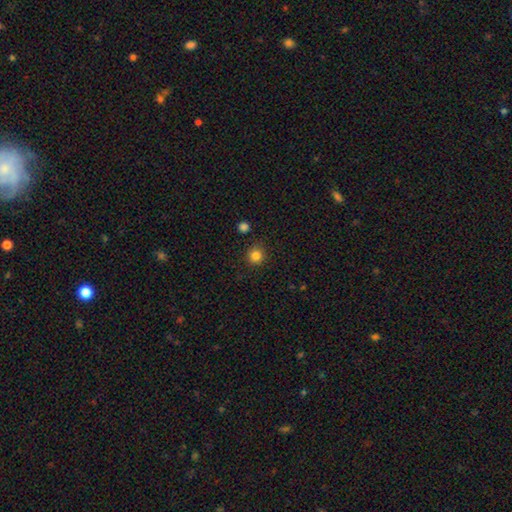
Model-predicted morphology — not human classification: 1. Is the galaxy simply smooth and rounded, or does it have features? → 84% smooth, 12% star or artifact, 4% featured or disk.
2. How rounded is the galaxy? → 93% round, 6% in between, 1% cigar-shaped.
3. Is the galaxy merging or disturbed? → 86% none, 8% minor disturbance, 3% merger, 2% major disturbance.